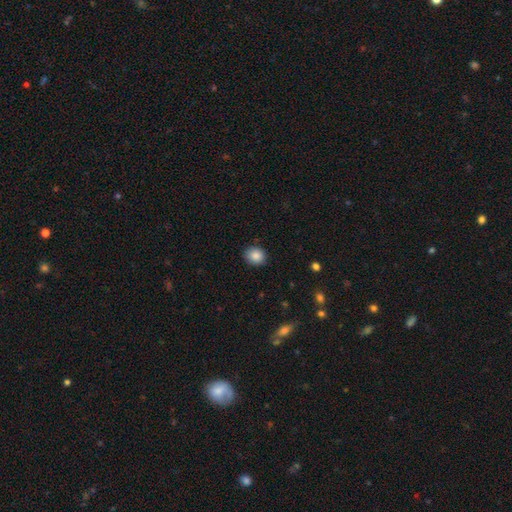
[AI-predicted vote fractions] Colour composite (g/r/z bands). It shows a smooth galaxy with no disk features (87%) that is round (71%). Merging: none (87%).